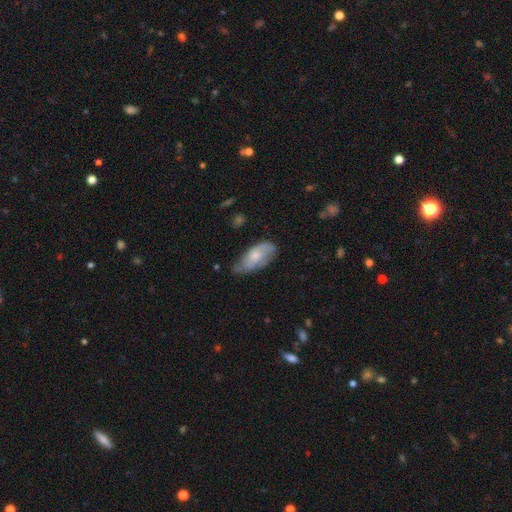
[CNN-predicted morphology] Overall: smooth (53%; featured or disk 40%). How rounded: in between (89%). Merging: none (47%; minor disturbance 38%).